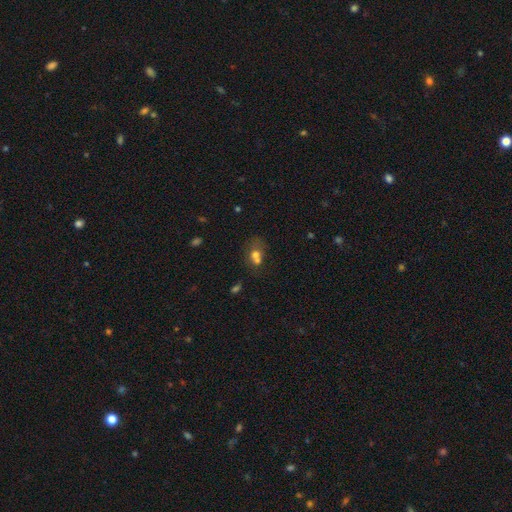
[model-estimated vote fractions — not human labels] Smooth or featured? Predicted: smooth (p=0.64). How rounded? Predicted: round (p=0.54). Merging? Predicted: merger (p=0.58).